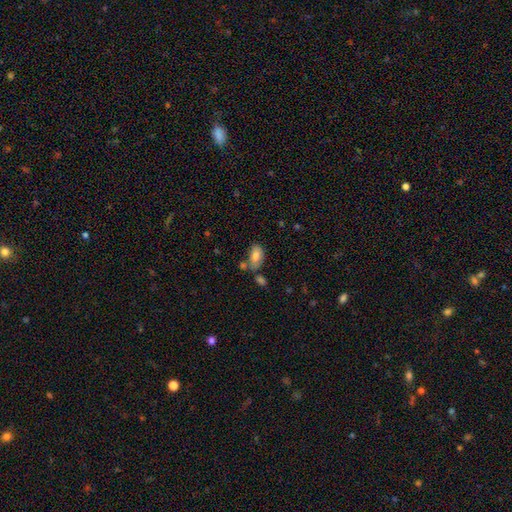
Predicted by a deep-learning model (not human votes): smooth-or-featured: smooth: 78% | featured or disk: 15% | star or artifact: 8%
  how-rounded: in between: 93% | round: 5% | cigar-shaped: 3%
  merging: none: 51% | minor disturbance: 21% | merger: 21% | major disturbance: 7%